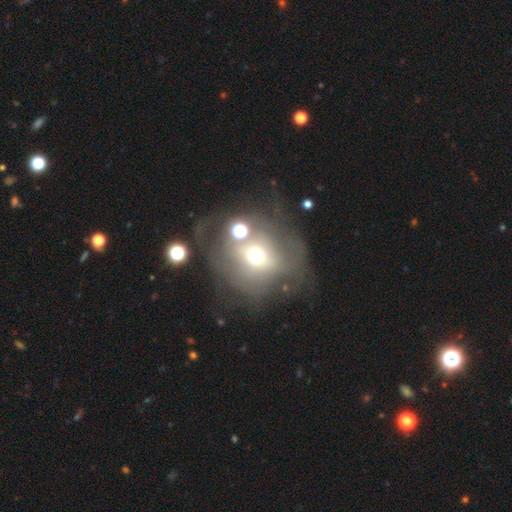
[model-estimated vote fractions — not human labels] Overall: featured or disk (44%; smooth 40%). Merging: none (36%; major disturbance 31%).